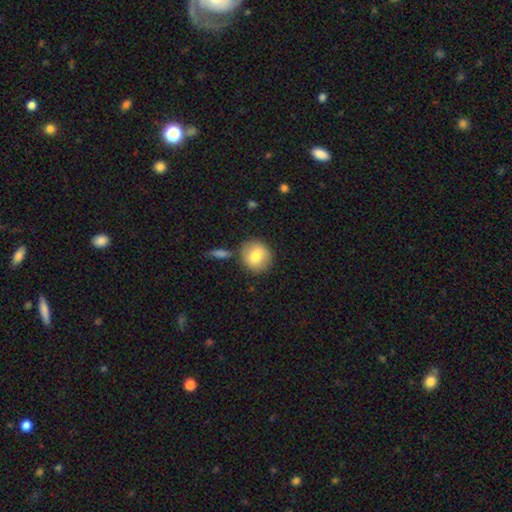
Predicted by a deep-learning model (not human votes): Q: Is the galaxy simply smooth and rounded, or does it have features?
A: smooth — 79%.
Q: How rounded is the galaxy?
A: round — 88%.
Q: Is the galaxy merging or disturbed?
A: none — 79%.